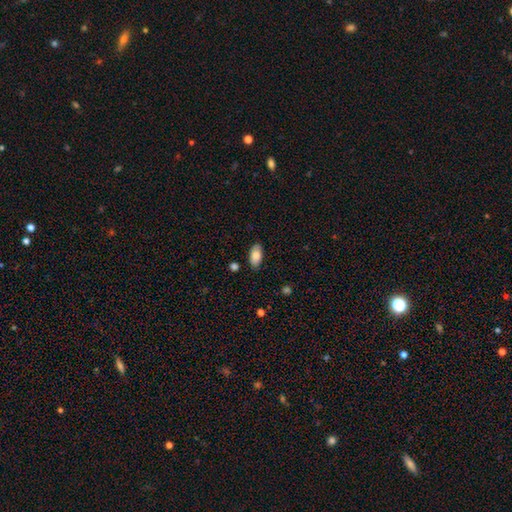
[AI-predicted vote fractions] smooth-or-featured: smooth: 81% | featured or disk: 12% | star or artifact: 7%
  how-rounded: in between: 93% | cigar-shaped: 4% | round: 3%
  merging: none: 82% | minor disturbance: 14% | major disturbance: 3% | merger: 2%